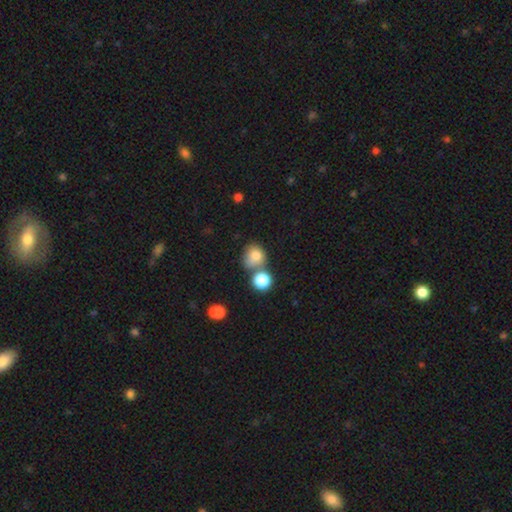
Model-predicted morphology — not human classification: This appears to be a smooth galaxy with no disk features (80%) that is round (73%). Merging: none (46%).